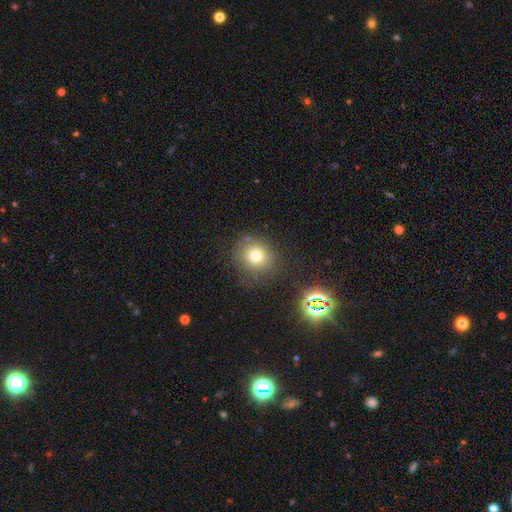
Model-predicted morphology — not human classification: Smooth or featured?
  - smooth: 75% *
  - star or artifact: 15%
  - featured or disk: 10%
How rounded?
  - round: 88% *
  - in between: 11%
  - cigar-shaped: 1%
Merging?
  - none: 79% *
  - minor disturbance: 12%
  - major disturbance: 5%
  - merger: 5%